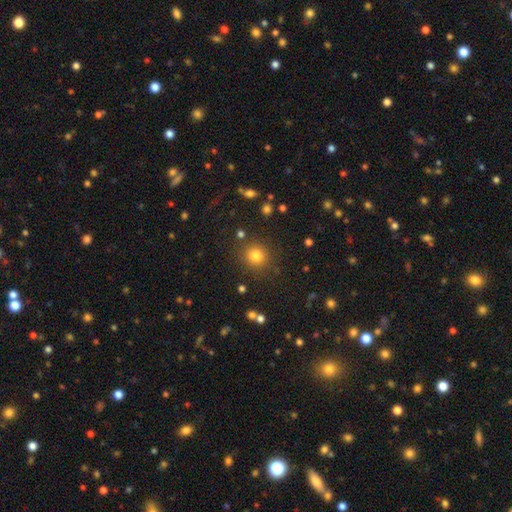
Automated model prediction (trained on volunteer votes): Smooth or featured? smooth (80%)
How rounded? round (91%)
Merging? none (85%)